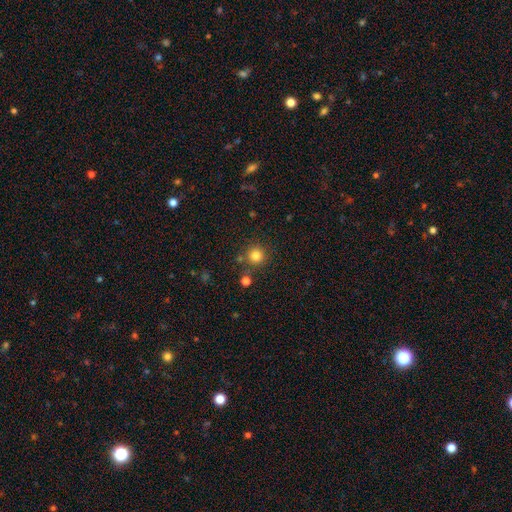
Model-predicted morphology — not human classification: Q: Smooth or featured?
A: smooth (82%); runner-up: star or artifact (13%)
Q: How rounded?
A: round (95%); runner-up: in between (4%)
Q: Merging?
A: none (83%); runner-up: minor disturbance (8%)